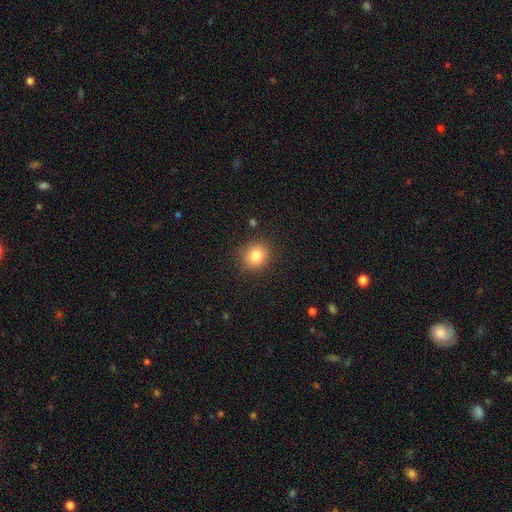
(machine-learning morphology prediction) Smooth or featured: smooth — 81% (star or artifact — 11%)
How rounded: round — 77% (in between — 22%)
Merging: none — 88% (minor disturbance — 8%)